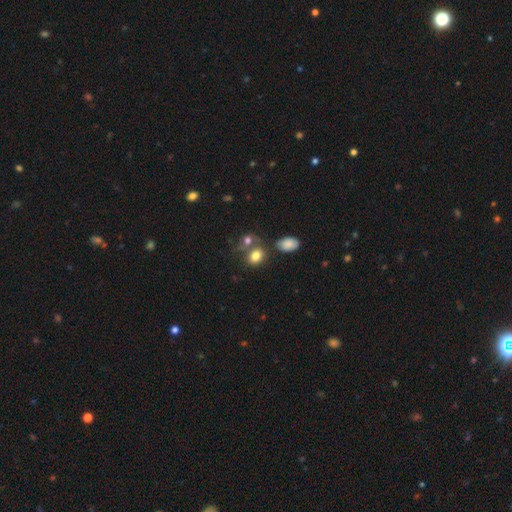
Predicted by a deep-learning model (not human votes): Morphology: type=smooth (80%); roundness=in between (62%); merging=none (50%).